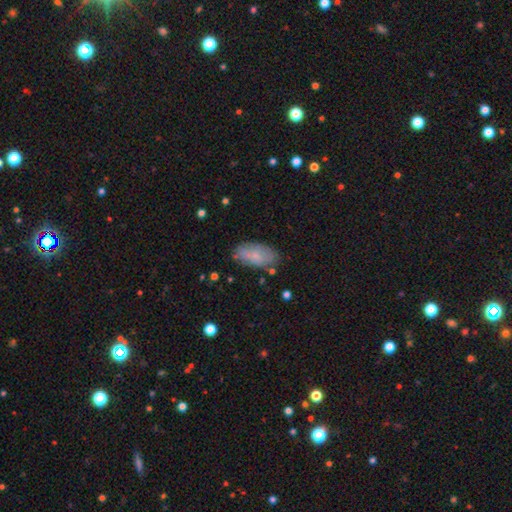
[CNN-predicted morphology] smooth 73%, featured or disk 20%, star or artifact 7%. Down the decision tree: how rounded — in between (92%); merging — none (71%).